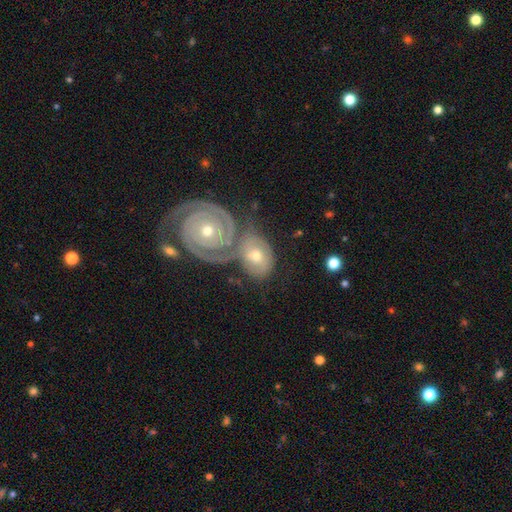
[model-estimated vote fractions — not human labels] Morphology: type=featured or disk (83%); edge-on=no (96%); bar=no (74%); spiral arms=yes (96%); winding=tight (82%); arm count=2 (77%); bulge=moderate (55%); merging=none (42%).